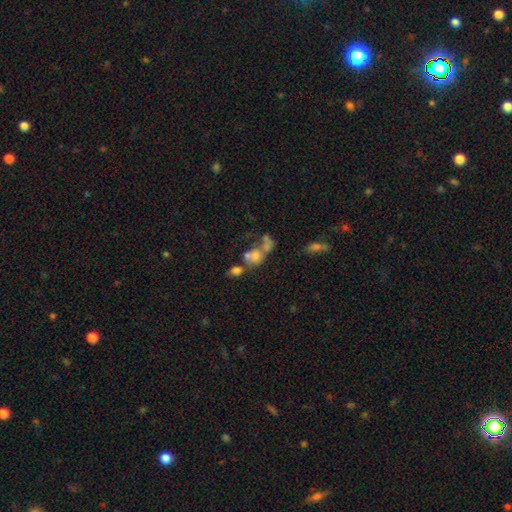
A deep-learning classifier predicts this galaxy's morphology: A smooth galaxy with no disk features (58%) that is in between round and cigar-shaped (52%). Merging: merger (56%).